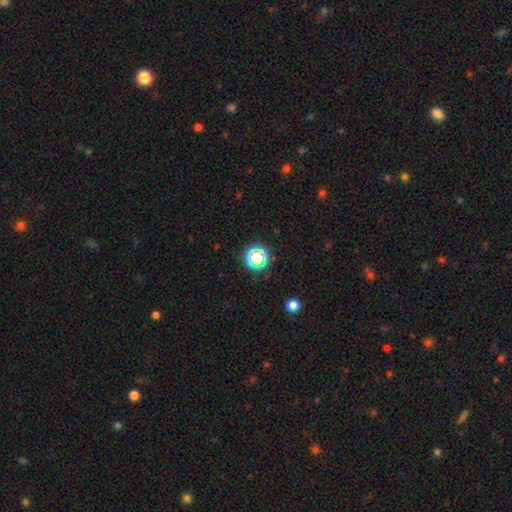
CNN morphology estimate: A star or artifact, not a galaxy (59%).